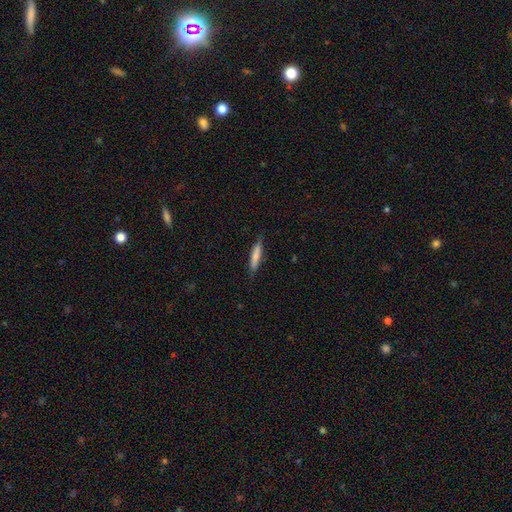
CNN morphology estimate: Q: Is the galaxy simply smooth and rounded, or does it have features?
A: smooth — 69%.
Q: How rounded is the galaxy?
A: cigar-shaped — 88%.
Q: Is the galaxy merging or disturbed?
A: none — 83%.